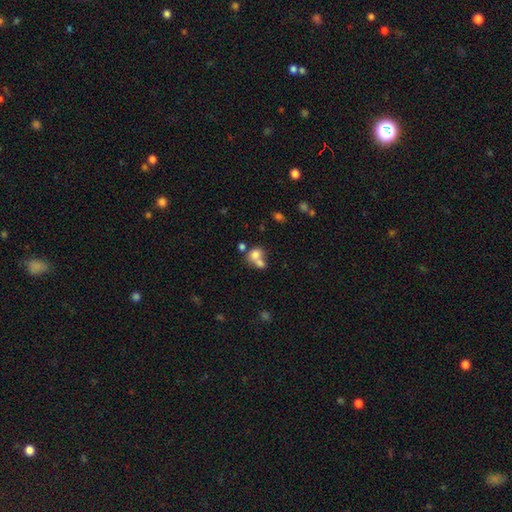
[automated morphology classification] The model was most divided on "how rounded": round: 57%, in between: 42%, cigar-shaped: 1%. More confident: smooth or featured — smooth (74%); merging — merger (61%).